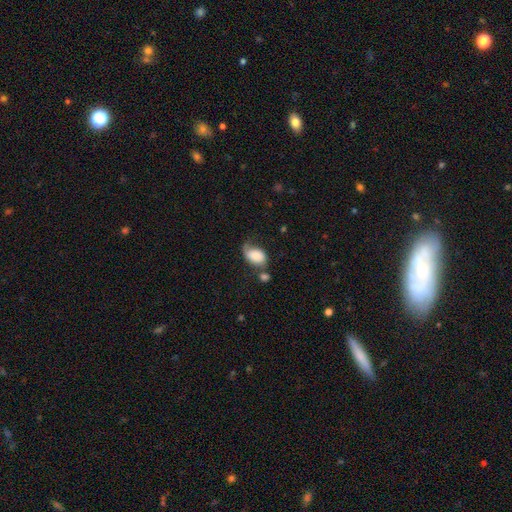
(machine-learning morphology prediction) smooth-or-featured: smooth: 75% | featured or disk: 17% | star or artifact: 8%
  how-rounded: in between: 86% | round: 13% | cigar-shaped: 1%
  merging: none: 33% | minor disturbance: 29% | major disturbance: 23% | merger: 15%